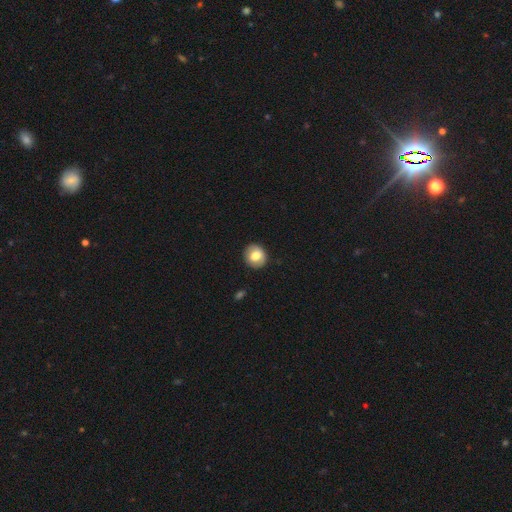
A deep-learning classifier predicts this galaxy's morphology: Smooth or featured? Predicted: smooth (p=0.74). How rounded? Predicted: round (p=0.78). Merging? Predicted: none (p=0.88).